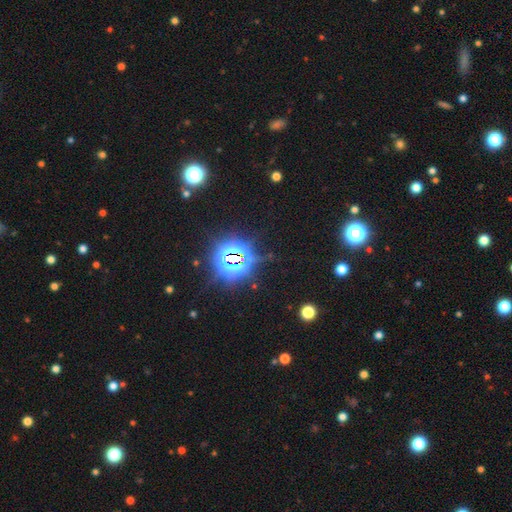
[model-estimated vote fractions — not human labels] Overall: star or artifact (84%).